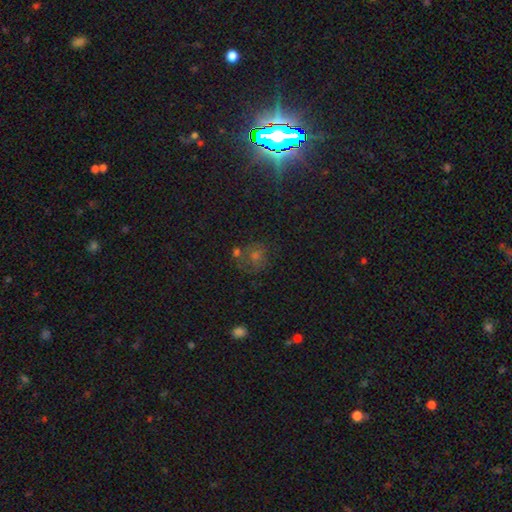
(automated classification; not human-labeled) Q: Smooth or featured?
A: star or artifact (42%); runner-up: smooth (36%)